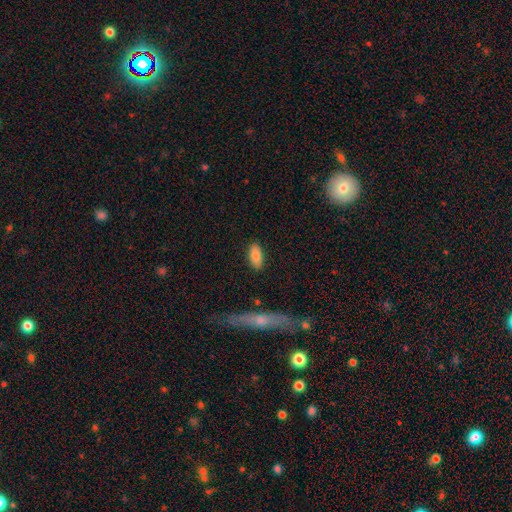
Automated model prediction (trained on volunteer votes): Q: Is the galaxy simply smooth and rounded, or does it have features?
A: smooth — 84%.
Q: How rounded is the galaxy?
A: in between — 84%.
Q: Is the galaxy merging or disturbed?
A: none — 86%.